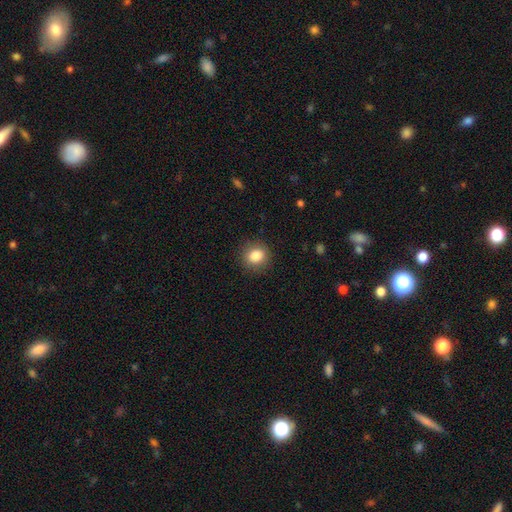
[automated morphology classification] This appears to be a smooth galaxy with no disk features (84%) that is round (80%). Merging: none (88%).